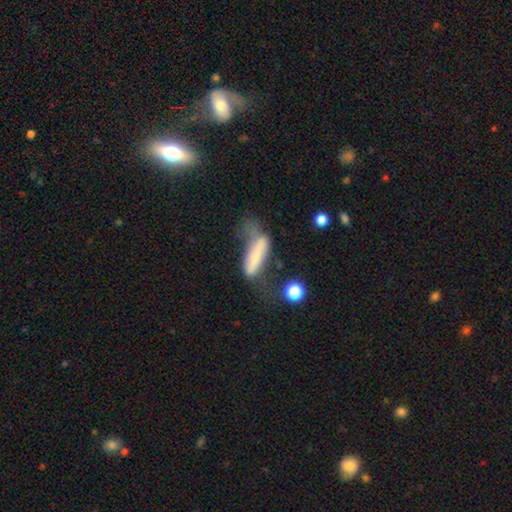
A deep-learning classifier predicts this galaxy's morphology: smooth-or-featured: smooth: 55% | featured or disk: 37% | star or artifact: 9%
  how-rounded: cigar-shaped: 64% | in between: 34% | round: 2%
  merging: major disturbance: 41% | minor disturbance: 25% | none: 23% | merger: 11%